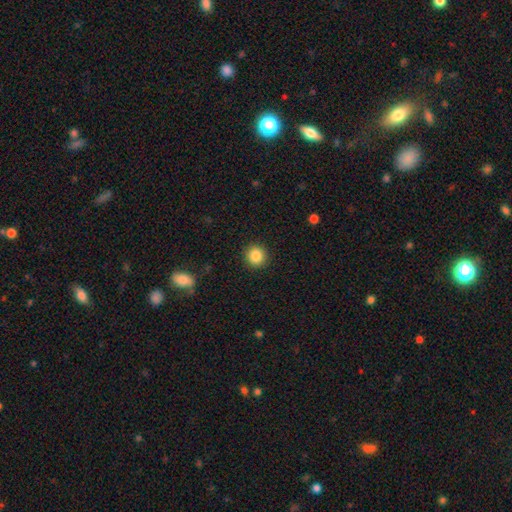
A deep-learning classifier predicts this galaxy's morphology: The model was most divided on "smooth or featured": smooth: 86%, star or artifact: 10%, featured or disk: 4%. More confident: how rounded — round (92%); merging — none (91%).